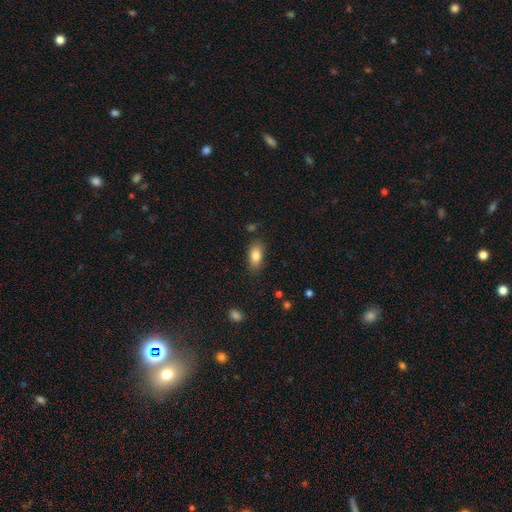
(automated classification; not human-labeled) This is clearly a smooth galaxy (83%). How rounded: clearly in between (88%). Merging: clearly none (82%).